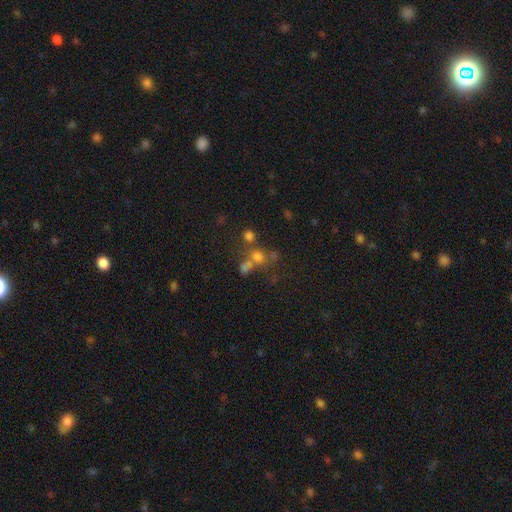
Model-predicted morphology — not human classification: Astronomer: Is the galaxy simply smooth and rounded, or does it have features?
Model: smooth — 52% (runner-up: star or artifact, 30%).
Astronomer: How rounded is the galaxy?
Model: round — 80%.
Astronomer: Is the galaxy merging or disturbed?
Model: none — 47% (runner-up: merger, 37%).